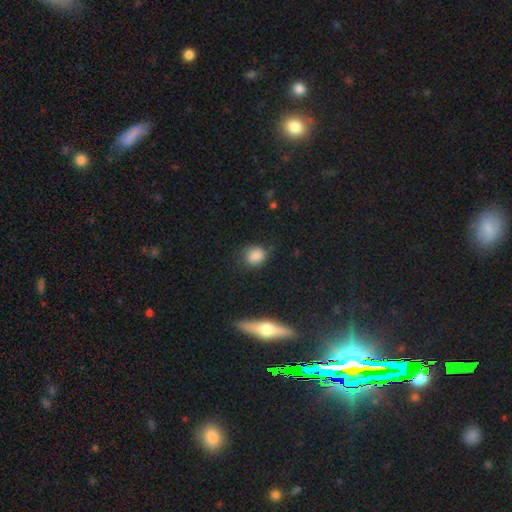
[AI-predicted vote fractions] smooth 82%, star or artifact 10%, featured or disk 8%. Down the decision tree: how rounded — round (65%); merging — none (70%).